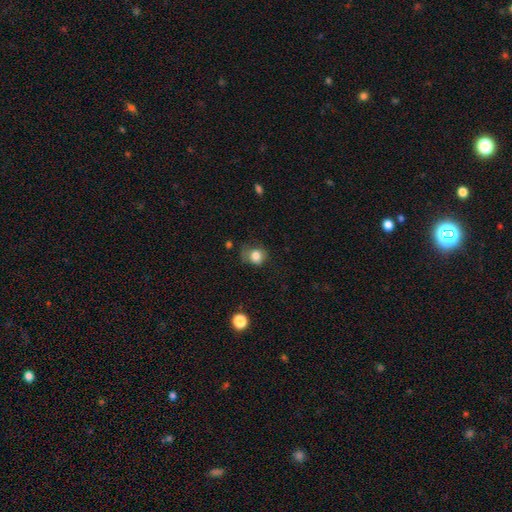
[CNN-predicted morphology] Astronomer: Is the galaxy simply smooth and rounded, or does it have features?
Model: smooth — 80%.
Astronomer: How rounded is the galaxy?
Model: round — 66%.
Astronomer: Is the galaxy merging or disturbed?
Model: none — 48% (runner-up: minor disturbance, 32%).